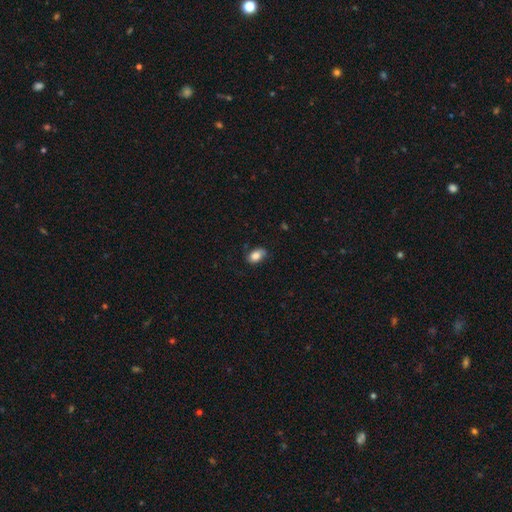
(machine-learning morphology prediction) The model was most divided on "merging": none: 74%, minor disturbance: 21%, major disturbance: 4%, merger: 1%. More confident: how rounded — in between (86%); smooth or featured — smooth (82%).